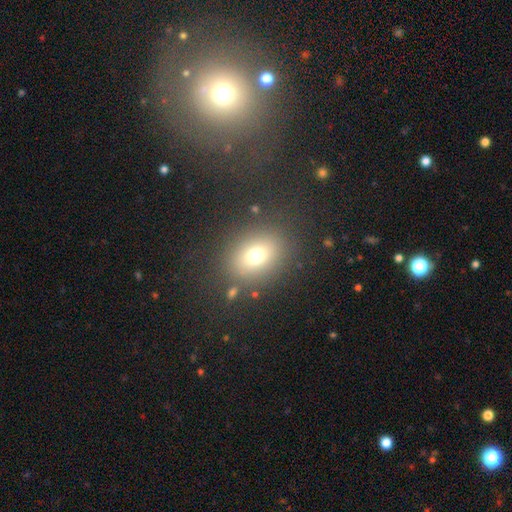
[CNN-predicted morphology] Smooth or featured: smooth — 72% (star or artifact — 16%)
How rounded: in between — 50% (round — 48%)
Merging: none — 82% (minor disturbance — 9%)